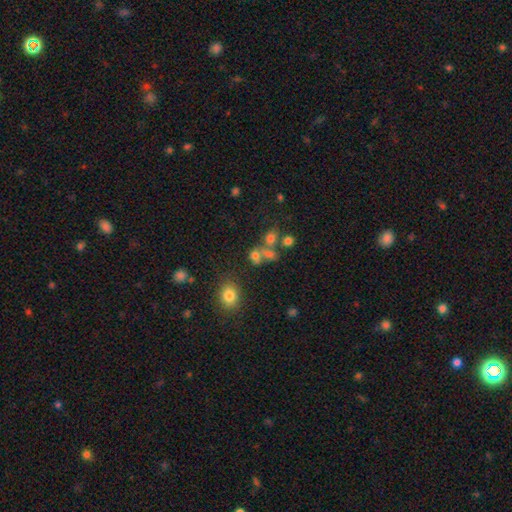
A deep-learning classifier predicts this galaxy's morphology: Smooth or featured? Predicted: smooth (p=0.64). How rounded? Predicted: round (p=0.51). Merging? Predicted: merger (p=0.45).